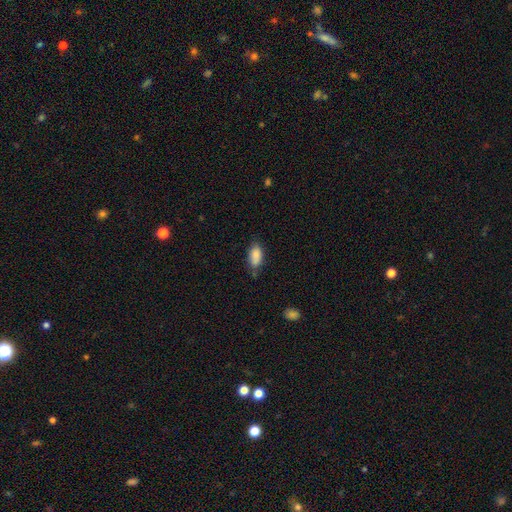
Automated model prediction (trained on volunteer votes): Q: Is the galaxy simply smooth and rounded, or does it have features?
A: smooth — 86%.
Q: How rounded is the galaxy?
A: in between — 90%.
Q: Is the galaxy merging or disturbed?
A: none — 65%.